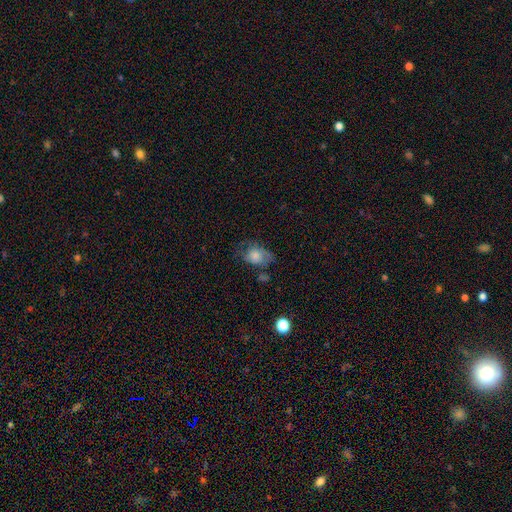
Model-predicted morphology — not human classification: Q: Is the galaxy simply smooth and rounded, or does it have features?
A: smooth — 66%.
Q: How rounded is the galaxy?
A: in between — 73%.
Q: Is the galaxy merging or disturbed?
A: none — 43%.